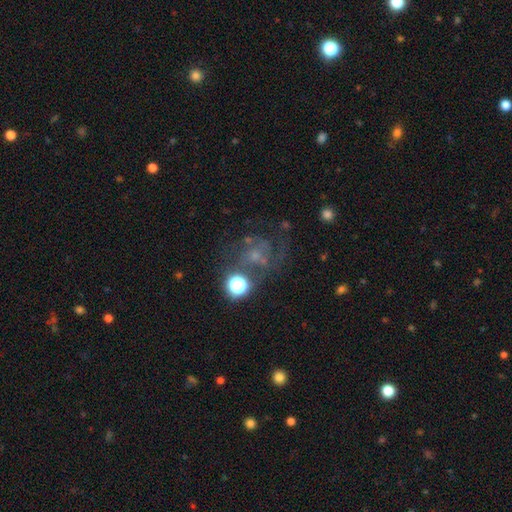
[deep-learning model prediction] This is possibly a featured or disk galaxy (50%). It is clearly not viewed edge-on (97%). Merging: possibly none (47%).